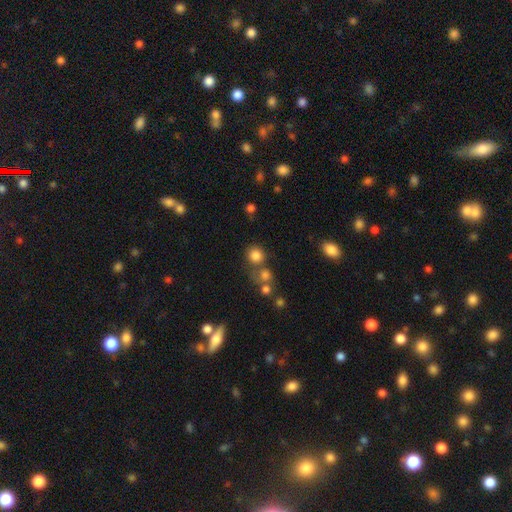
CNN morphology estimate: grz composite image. It shows a smooth galaxy with no disk features (79%) that is round (89%). Merging: none (65%).